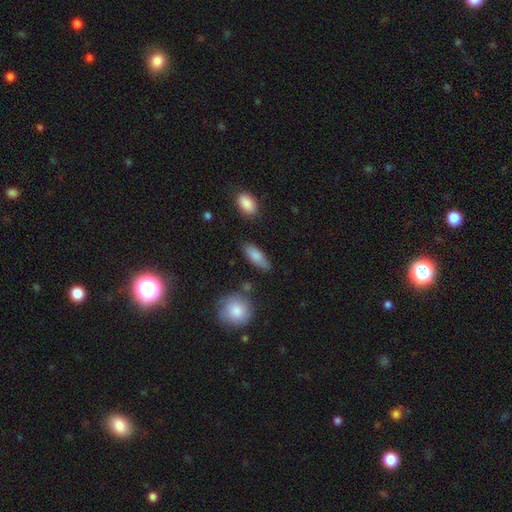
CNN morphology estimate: This appears to be a smooth galaxy with no disk features (82%) that is in between round and cigar-shaped (68%). Merging: none (79%).